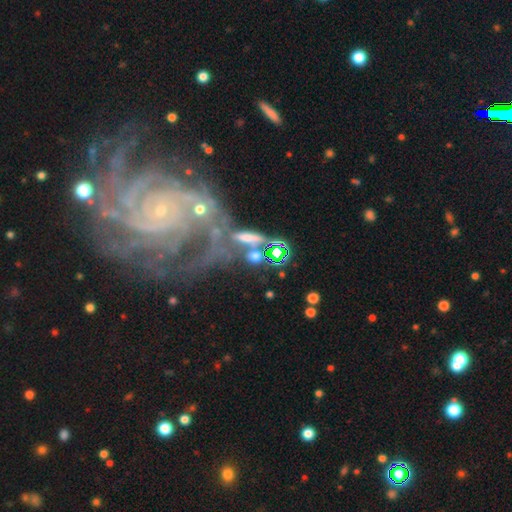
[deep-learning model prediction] This appears to be a smooth galaxy with no disk features (47%). Merging: none (41%).